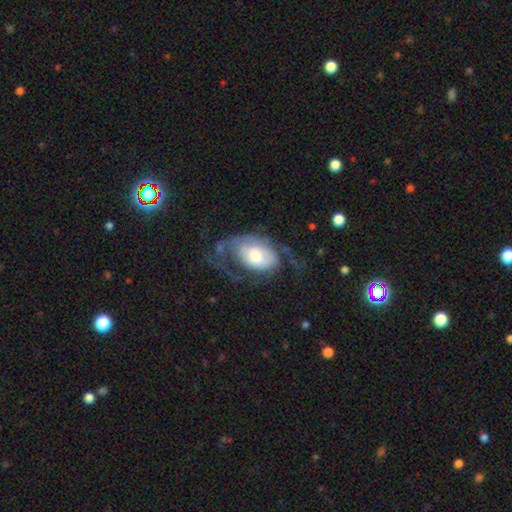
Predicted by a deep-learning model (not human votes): smooth-or-featured: featured or disk: 64% | smooth: 30% | star or artifact: 6%
  disk-edge-on: no: 95% | yes: 5%
    bar: no: 67% | weak: 26% | strong: 7%
    has-spiral-arms: yes: 77% | no: 23%
    bulge-size: moderate: 49% | large: 24% | small: 21% | dominant: 4% | none: 2%
  merging: major disturbance: 40% | none: 36% | minor disturbance: 21% | merger: 3%